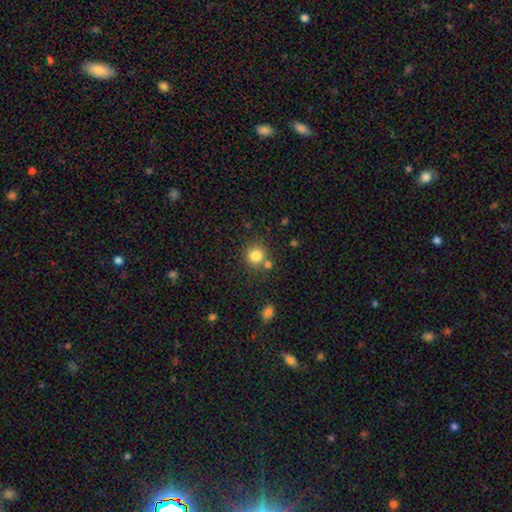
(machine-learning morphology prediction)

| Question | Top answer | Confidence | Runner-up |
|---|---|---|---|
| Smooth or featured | smooth | 82% | star or artifact (12%) |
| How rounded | round | 92% | in between (7%) |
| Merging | none | 75% | merger (12%) |